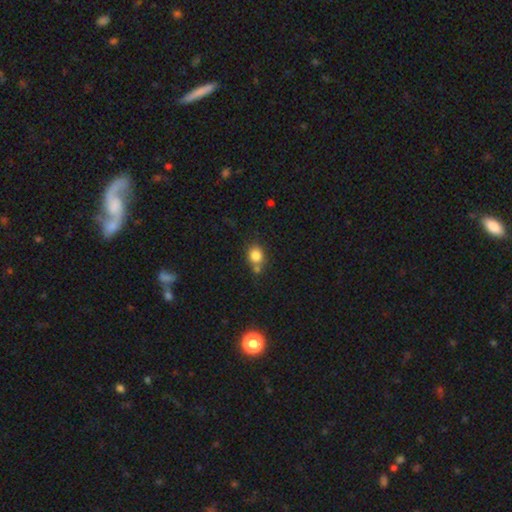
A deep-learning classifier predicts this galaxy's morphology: This appears to be a smooth galaxy with no disk features (82%) that is round (66%). Merging: none (61%).